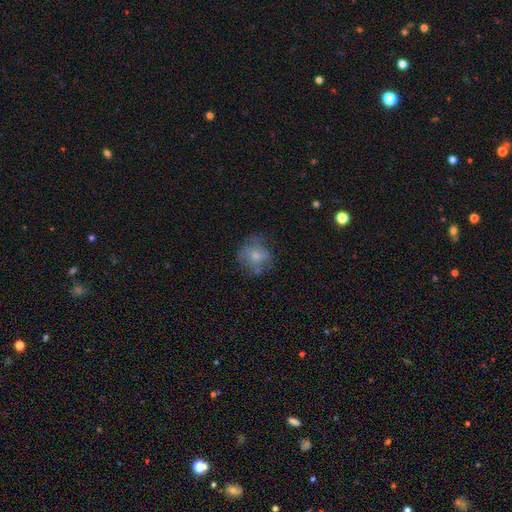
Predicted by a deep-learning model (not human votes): Q: Smooth or featured?
A: smooth (59%); runner-up: featured or disk (31%)
Q: How rounded?
A: round (72%); runner-up: in between (27%)
Q: Merging?
A: none (54%); runner-up: minor disturbance (26%)